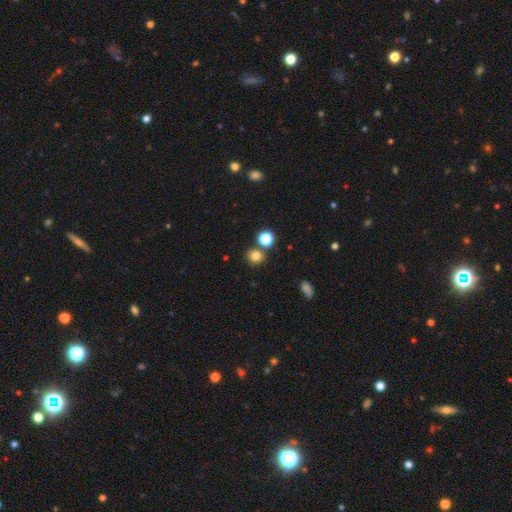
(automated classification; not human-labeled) This appears to be a smooth galaxy with no disk features (77%) that is round (88%). Merging: none (76%).